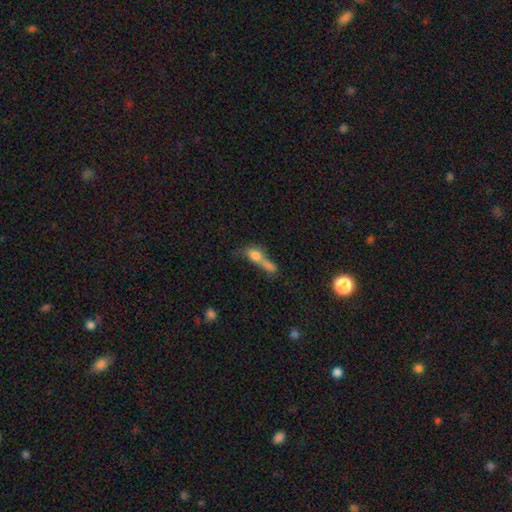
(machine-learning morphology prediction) Q: Smooth or featured?
A: smooth (66%); runner-up: featured or disk (23%)
Q: How rounded?
A: in between (51%); runner-up: round (26%)
Q: Merging?
A: merger (62%); runner-up: none (16%)